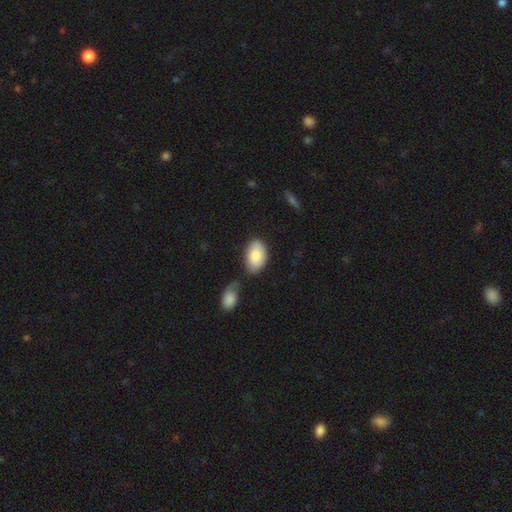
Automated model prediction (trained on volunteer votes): Smooth or featured?
  - smooth: 84% *
  - featured or disk: 10%
  - star or artifact: 6%
How rounded?
  - in between: 92% *
  - round: 7%
  - cigar-shaped: 1%
Merging?
  - none: 58% *
  - merger: 18%
  - minor disturbance: 18%
  - major disturbance: 6%